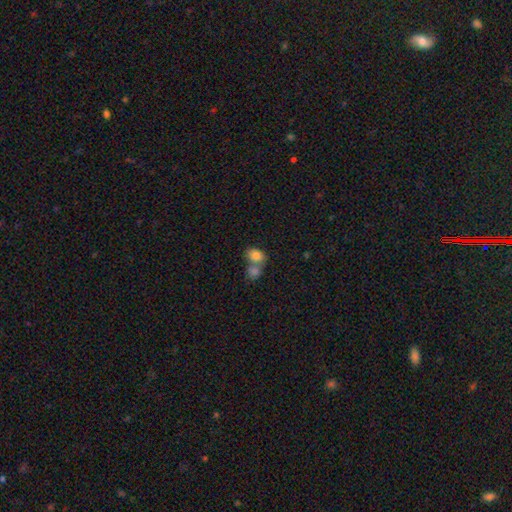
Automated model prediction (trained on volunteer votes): Morphology: type=smooth (82%); roundness=in between (65%); merging=merger (52%).